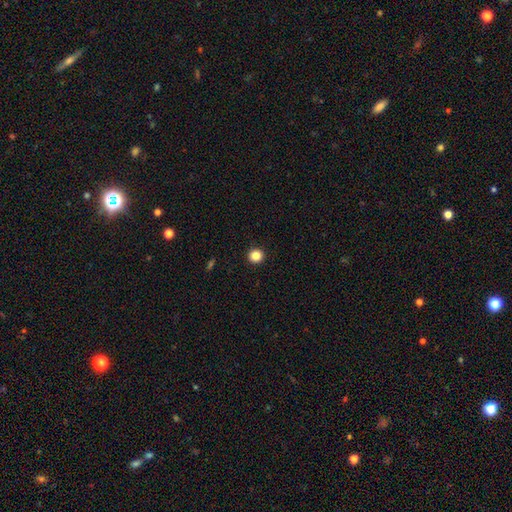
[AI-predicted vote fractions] Overall: smooth (86%). How rounded: round (93%). Merging: none (93%).